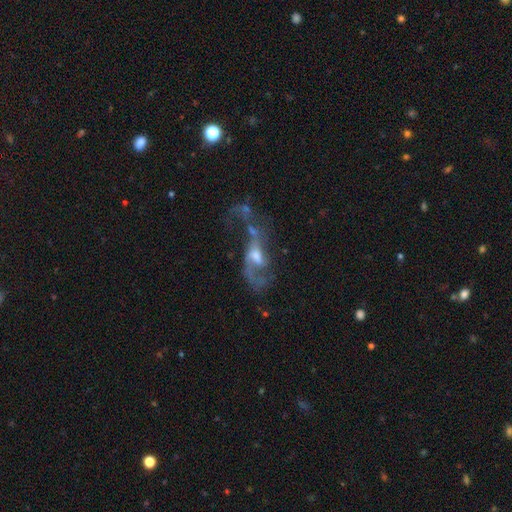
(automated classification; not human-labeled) Smooth or featured: featured or disk — 80% (smooth — 11%)
Edge-on disk: no — 92% (yes — 8%)
Bar: no — 44% (weak — 43%)
Spiral arms: yes — 81% (no — 19%)
Spiral winding: loose — 76% (medium — 19%)
Spiral arm count: 2 — 70% (1 — 14%)
Bulge size: moderate — 53% (small — 30%)
Merging: major disturbance — 41% (none — 29%)